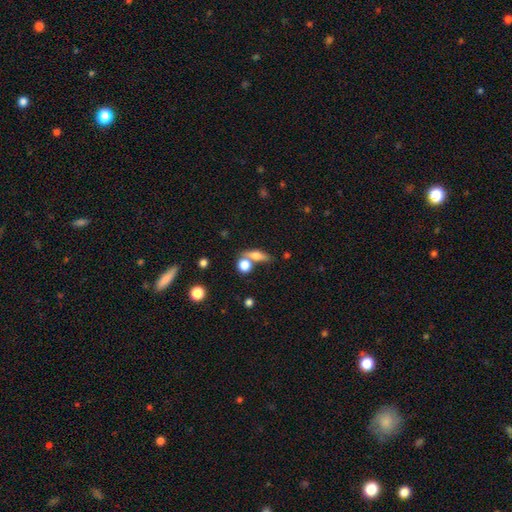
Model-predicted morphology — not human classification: A smooth galaxy with no disk features (61%) that is in between round and cigar-shaped (40%). Merging: none (58%).